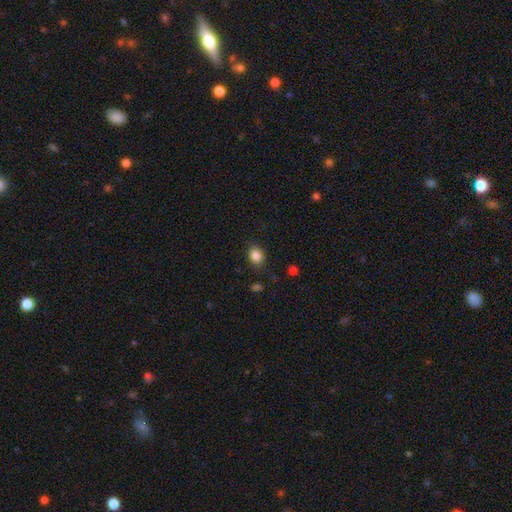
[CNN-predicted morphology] Smooth or featured? Predicted: smooth (p=0.85). How rounded? Predicted: round (p=0.55). Merging? Predicted: none (p=0.85).